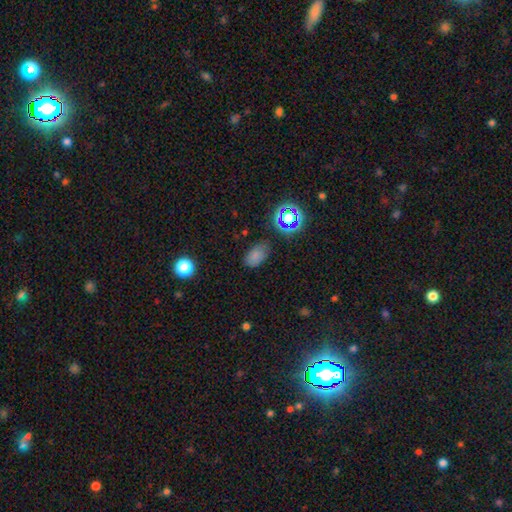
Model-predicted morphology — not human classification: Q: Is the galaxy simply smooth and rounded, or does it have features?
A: smooth — 73%.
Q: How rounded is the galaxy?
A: in between — 89%.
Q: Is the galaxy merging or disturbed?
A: none — 76%.